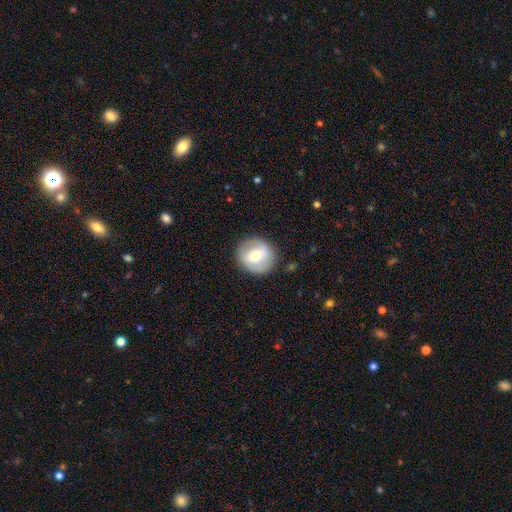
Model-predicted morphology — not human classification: Smooth or featured? Predicted: featured or disk (p=0.48). Merging? Predicted: none (p=0.85).